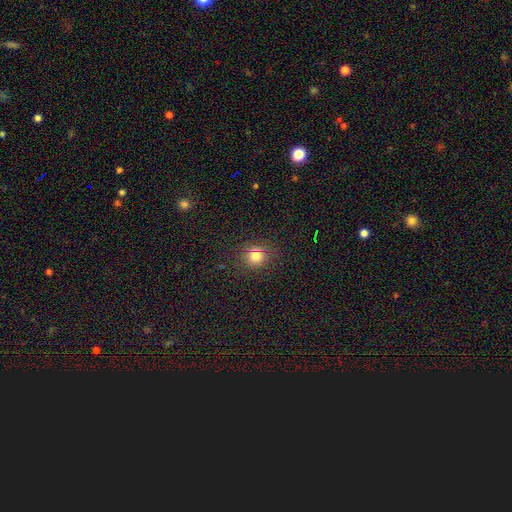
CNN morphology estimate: This is likely a smooth galaxy (76%). How rounded: clearly round (87%). Merging: clearly none (87%).